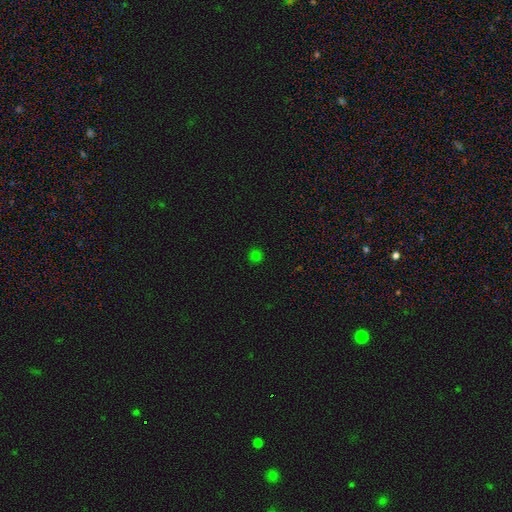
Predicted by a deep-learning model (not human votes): Morphology: type=smooth (77%); roundness=round (92%); merging=none (91%).